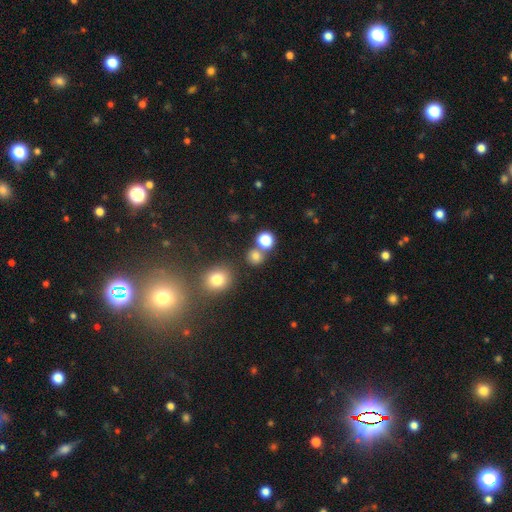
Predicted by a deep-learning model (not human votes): A smooth galaxy with no disk features (75%) that is round (87%). Merging: none (70%).